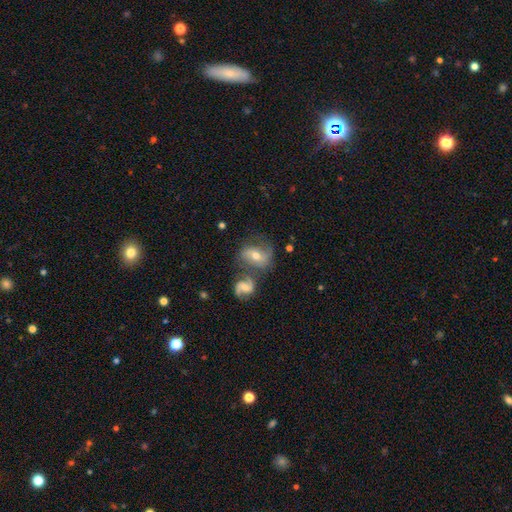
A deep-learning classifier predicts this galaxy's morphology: smooth-or-featured: featured or disk: 68% | smooth: 21% | star or artifact: 11%
  disk-edge-on: no: 95% | yes: 5%
    bar: no: 38% | weak: 37% | strong: 25%
    has-spiral-arms: yes: 86% | no: 14%
      spiral-winding: medium: 46% | loose: 31% | tight: 23%
      spiral-arm-count: 2: 76% | can't tell: 12% | 1: 6% | 3: 3% | 4: 1% | more than 4: 1%
    bulge-size: moderate: 62% | small: 32% | large: 3% | none: 1% | dominant: 1%
  merging: none: 48% | merger: 29% | minor disturbance: 14% | major disturbance: 8%